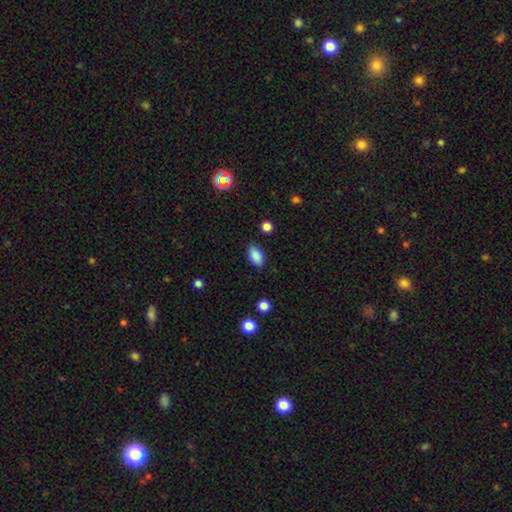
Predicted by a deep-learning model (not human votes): Smooth or featured? smooth (88%)
How rounded? in between (92%)
Merging? none (87%)